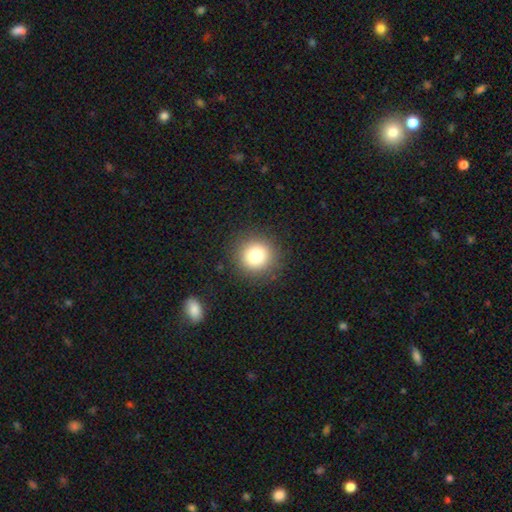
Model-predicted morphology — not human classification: smooth_or_featured: smooth (p=0.78) [alt: star or artifact p=0.12]
how_rounded: round (p=0.94) [alt: in between p=0.05]
merging: none (p=0.89) [alt: minor disturbance p=0.07]